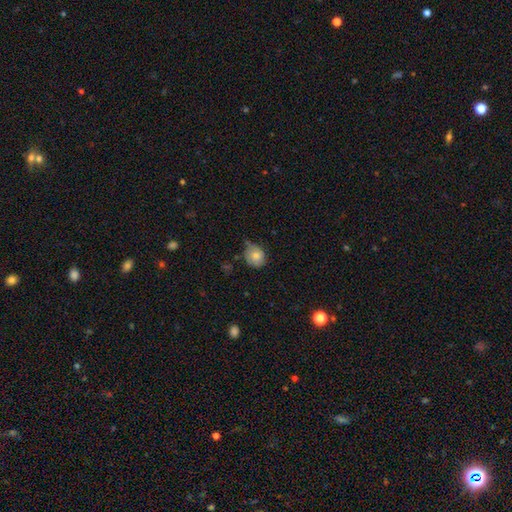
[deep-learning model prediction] smooth 74%, featured or disk 17%, star or artifact 9%. Down the decision tree: how rounded — round (72%); merging — none (45%).